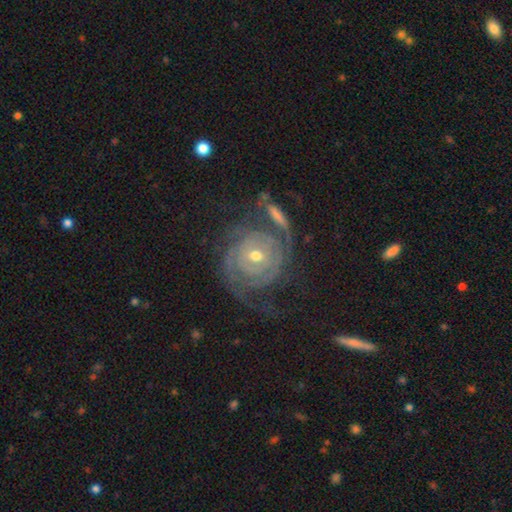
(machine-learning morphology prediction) This is clearly a featured or disk galaxy (84%). It is clearly not viewed edge-on (96%). Bar: likely no (64%). Spiral arm pattern: clearly yes (92%). Spiral arm count: marginally 2 (34%). Spiral winding: likely tight (78%). Central bulge: possibly moderate (57%). Merging: possibly none (57%).